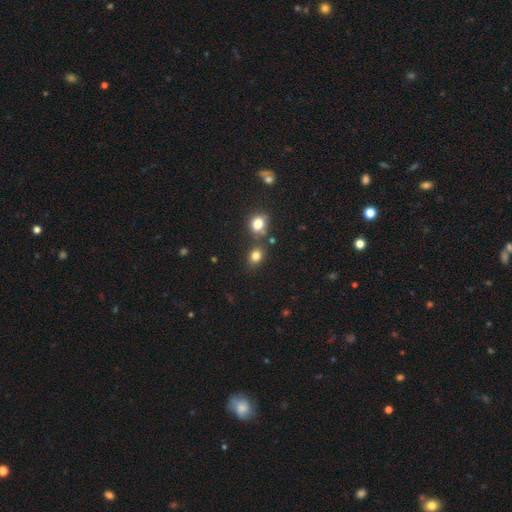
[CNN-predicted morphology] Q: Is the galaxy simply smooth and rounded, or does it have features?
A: smooth — 79%.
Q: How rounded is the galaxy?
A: round — 52%.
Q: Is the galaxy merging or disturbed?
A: none — 69%.